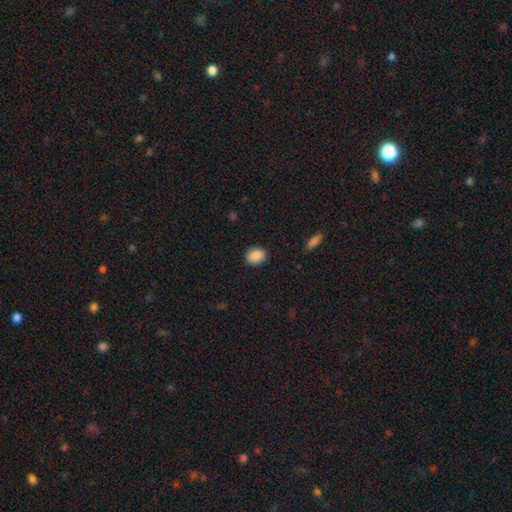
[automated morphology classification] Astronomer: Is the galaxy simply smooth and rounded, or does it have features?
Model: smooth — 89%.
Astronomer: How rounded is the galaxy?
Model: in between — 51% (runner-up: round, 48%).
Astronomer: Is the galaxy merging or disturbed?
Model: none — 88%.